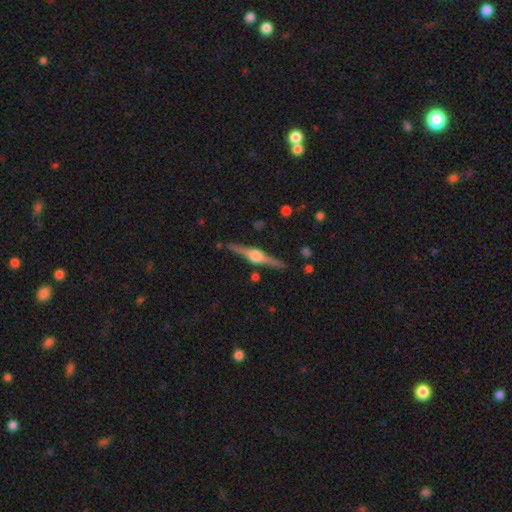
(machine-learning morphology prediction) featured or disk 85%, smooth 10%, star or artifact 5%. Down the decision tree: edge-on disk — yes (98%); edge-on bulge — rounded (92%); merging — none (89%).